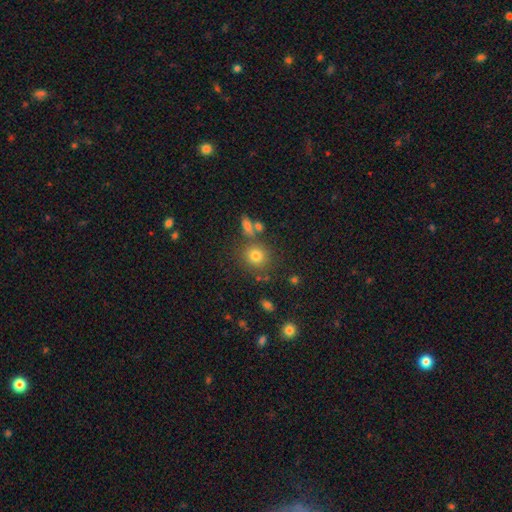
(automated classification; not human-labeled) Smooth or featured? smooth (77%)
How rounded? round (86%)
Merging? none (75%)